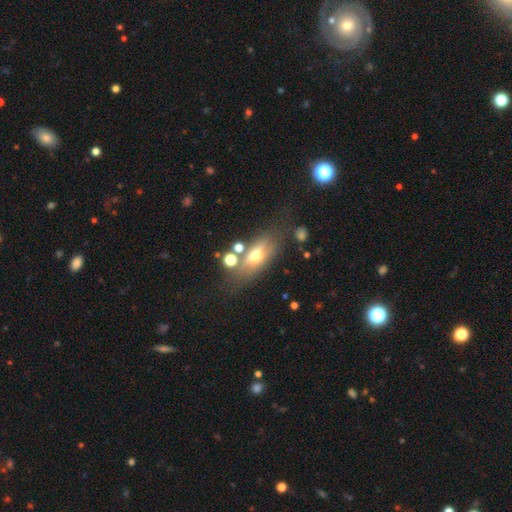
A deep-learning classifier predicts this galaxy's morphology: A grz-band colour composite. It shows a smooth galaxy with no disk features (48%). Merging: none (60%).